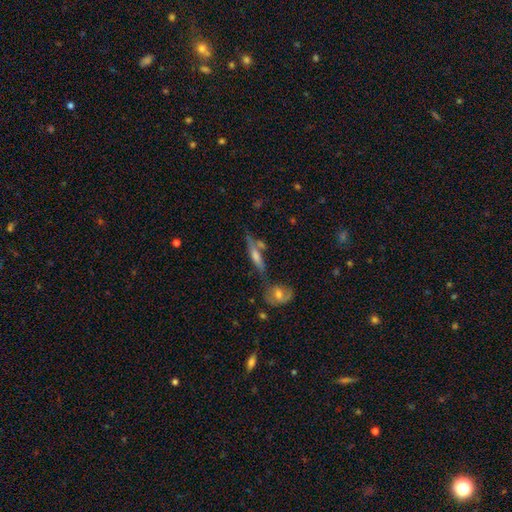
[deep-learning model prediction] Smooth or featured: featured or disk — 49% (smooth — 42%)
Merging: none — 56% (merger — 21%)